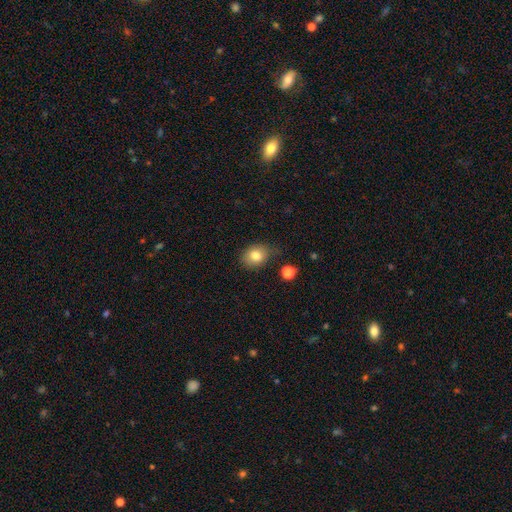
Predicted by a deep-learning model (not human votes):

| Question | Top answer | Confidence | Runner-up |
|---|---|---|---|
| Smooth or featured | smooth | 80% | star or artifact (10%) |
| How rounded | in between | 54% | round (45%) |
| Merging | none | 74% | minor disturbance (19%) |